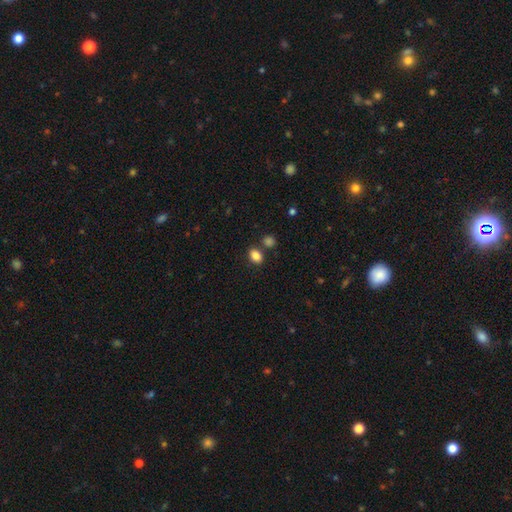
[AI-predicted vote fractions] smooth-or-featured: smooth: 85% | star or artifact: 10% | featured or disk: 4%
  how-rounded: in between: 73% | round: 26% | cigar-shaped: 1%
  merging: none: 72% | merger: 14% | minor disturbance: 11% | major disturbance: 3%